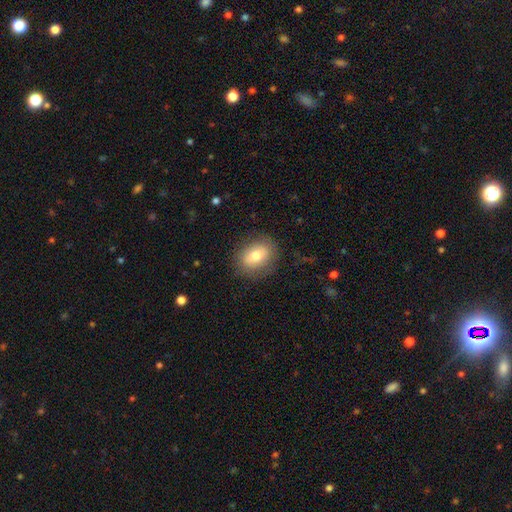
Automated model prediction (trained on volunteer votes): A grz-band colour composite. It shows a smooth galaxy with no disk features (75%) that is in between round and cigar-shaped (67%). Merging: none (83%).